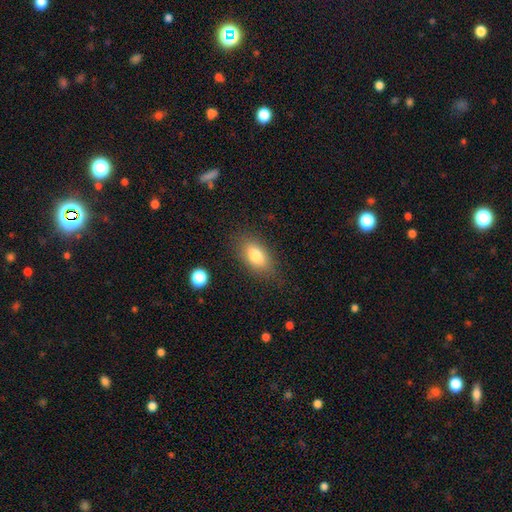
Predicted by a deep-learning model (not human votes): smooth-or-featured: smooth: 80% | featured or disk: 12% | star or artifact: 8%
  how-rounded: in between: 88% | cigar-shaped: 6% | round: 6%
  merging: none: 81% | minor disturbance: 13% | major disturbance: 4% | merger: 2%